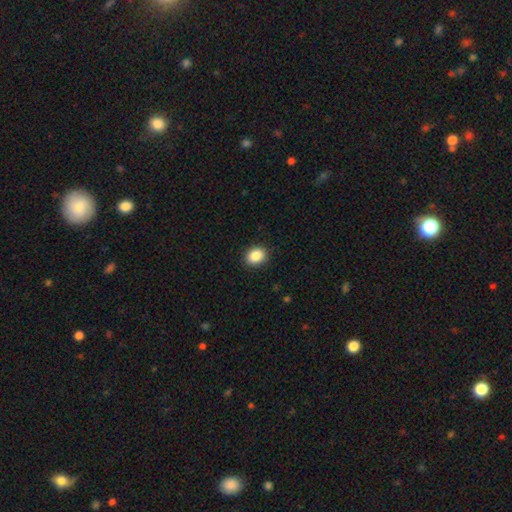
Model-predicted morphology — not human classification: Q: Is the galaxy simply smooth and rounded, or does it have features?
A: smooth — 87%.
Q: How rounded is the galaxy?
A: in between — 52%.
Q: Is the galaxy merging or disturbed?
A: none — 90%.